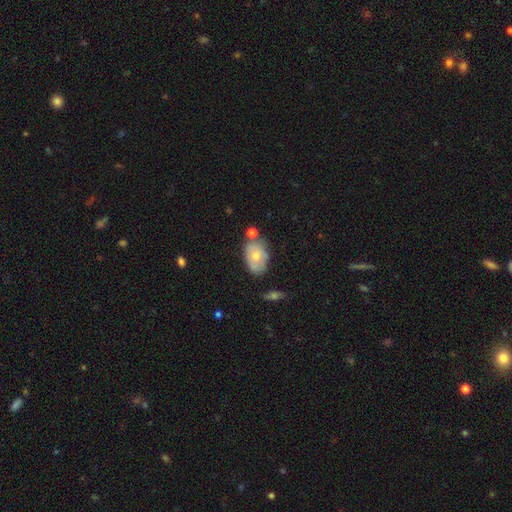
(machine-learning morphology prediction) Smooth or featured?
  - smooth: 66% *
  - featured or disk: 28%
  - star or artifact: 7%
How rounded?
  - in between: 86% *
  - round: 12%
  - cigar-shaped: 1%
Merging?
  - none: 56% *
  - minor disturbance: 25%
  - merger: 13%
  - major disturbance: 6%